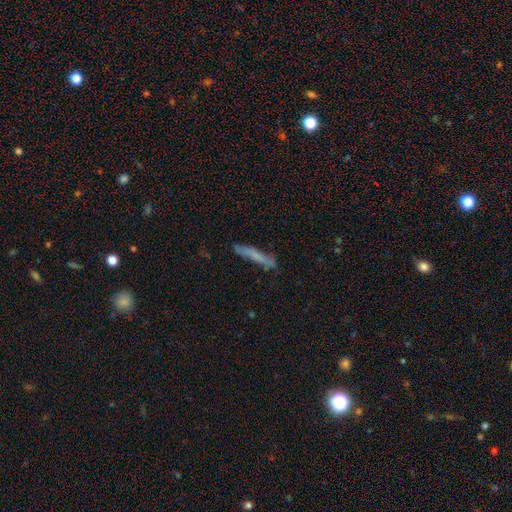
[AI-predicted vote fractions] smooth_or_featured: smooth (p=0.63) [alt: featured or disk p=0.29]
how_rounded: cigar-shaped (p=0.93) [alt: in between p=0.06]
merging: none (p=0.75) [alt: minor disturbance p=0.18]